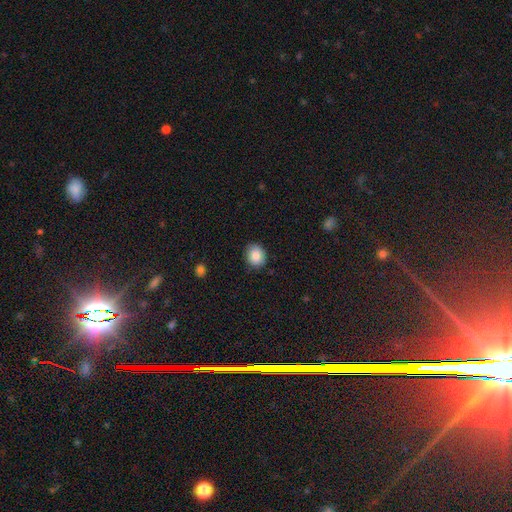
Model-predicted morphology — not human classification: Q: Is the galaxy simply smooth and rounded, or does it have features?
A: smooth — 85%.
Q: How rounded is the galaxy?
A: round — 65%.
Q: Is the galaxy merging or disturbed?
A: none — 86%.